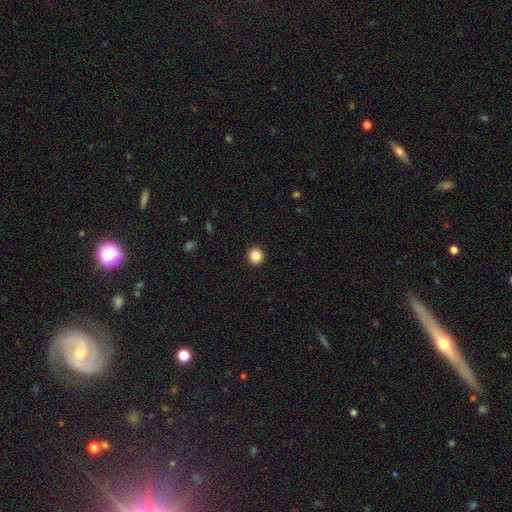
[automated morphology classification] smooth 86%, star or artifact 10%, featured or disk 4%. Down the decision tree: how rounded — round (91%); merging — none (93%).